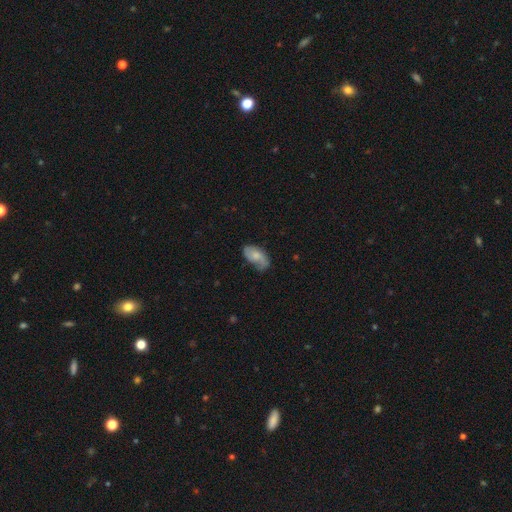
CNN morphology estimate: smooth-or-featured: smooth: 56% | featured or disk: 37% | star or artifact: 7%
  how-rounded: in between: 93% | round: 4% | cigar-shaped: 3%
  merging: none: 52% | minor disturbance: 33% | major disturbance: 13% | merger: 2%